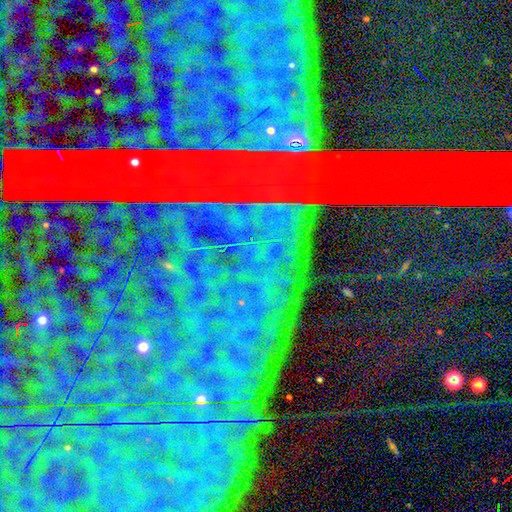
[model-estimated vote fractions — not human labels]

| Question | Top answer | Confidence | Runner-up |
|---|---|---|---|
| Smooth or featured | star or artifact | 87% | featured or disk (7%) |